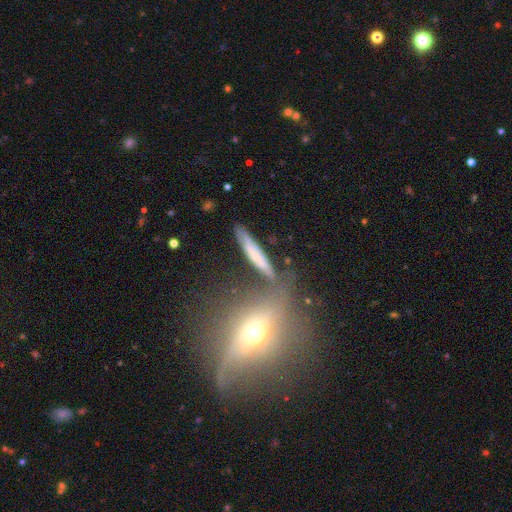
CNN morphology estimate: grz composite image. It shows a smooth galaxy with no disk features (52%) that is cigar-shaped (85%). Merging: none (69%).